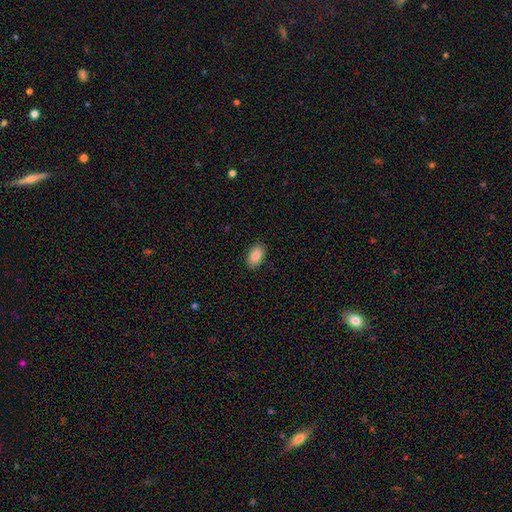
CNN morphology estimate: Smooth or featured?
  - smooth: 87% *
  - star or artifact: 7%
  - featured or disk: 6%
How rounded?
  - in between: 92% *
  - round: 7%
  - cigar-shaped: 1%
Merging?
  - none: 89% *
  - minor disturbance: 8%
  - major disturbance: 2%
  - merger: 1%